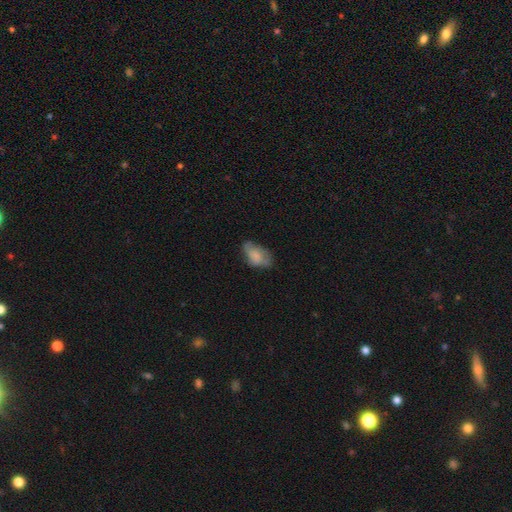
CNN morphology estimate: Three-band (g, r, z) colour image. It shows a smooth galaxy with no disk features (69%) that is in between round and cigar-shaped (91%). Merging: none (49%).